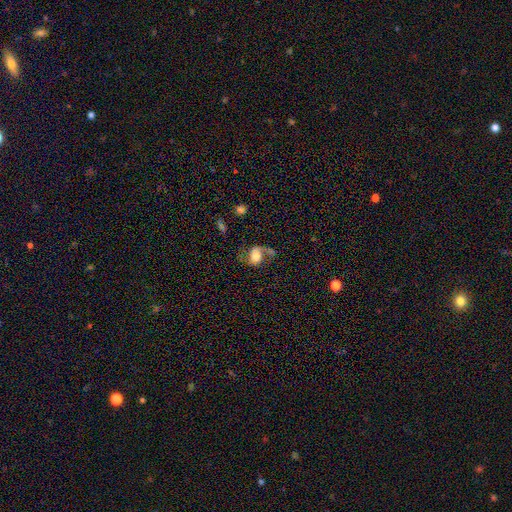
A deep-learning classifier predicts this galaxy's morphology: featured or disk 58%, smooth 33%, star or artifact 9%. Down the decision tree: edge-on disk — no (97%); bar — no (60%); spiral arms — yes (87%); bulge size — large (36%); merging — none (42%).